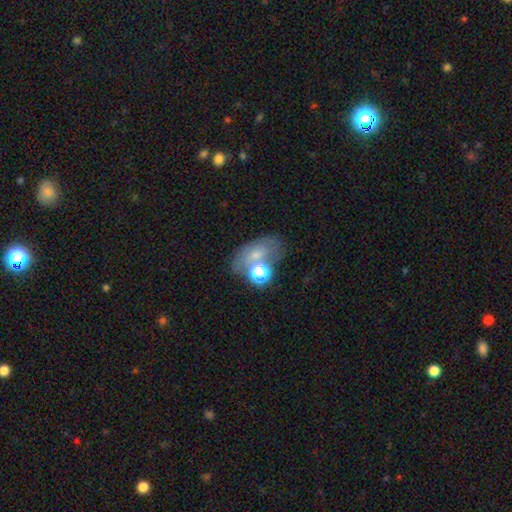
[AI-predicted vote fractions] Smooth or featured? smooth (41%)
Merging? none (42%)